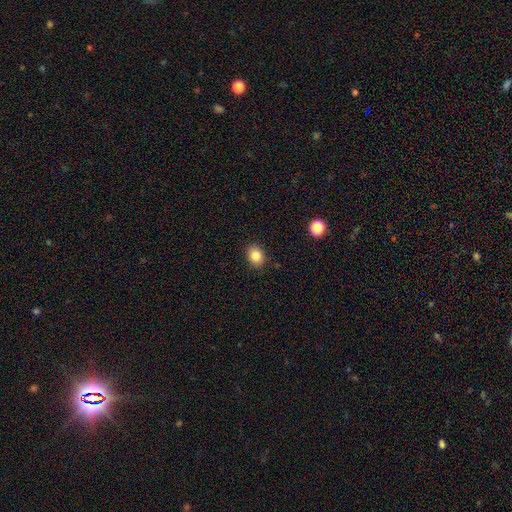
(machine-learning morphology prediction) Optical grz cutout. It shows a smooth galaxy with no disk features (84%) that is round (54%). Merging: none (89%).